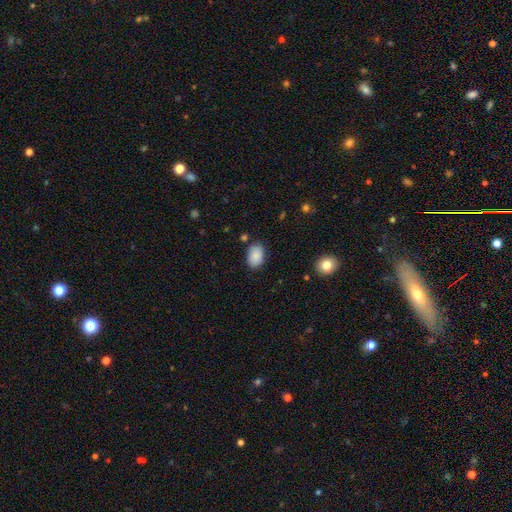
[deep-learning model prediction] A smooth galaxy with no disk features (87%) that is in between round and cigar-shaped (84%). Merging: none (82%).